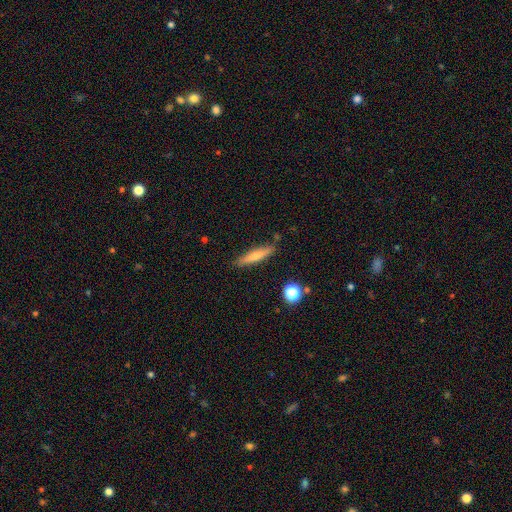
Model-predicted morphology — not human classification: A smooth galaxy with no disk features (63%) that is cigar-shaped (89%). Merging: none (86%).